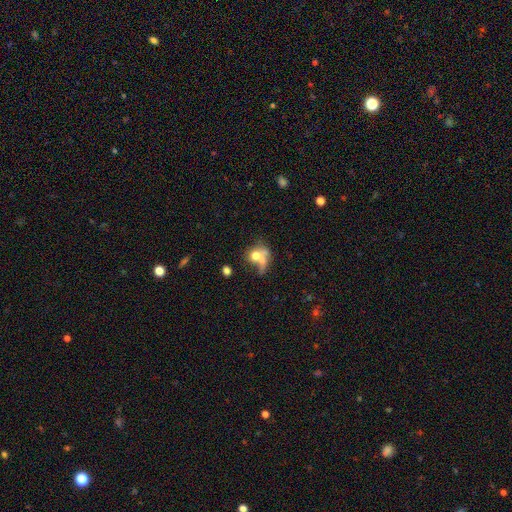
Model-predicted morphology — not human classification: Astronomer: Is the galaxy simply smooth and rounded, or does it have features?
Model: smooth — 59%.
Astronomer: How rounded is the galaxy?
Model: round — 56% (runner-up: in between, 41%).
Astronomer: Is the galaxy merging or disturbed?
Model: merger — 43% (runner-up: none, 24%).